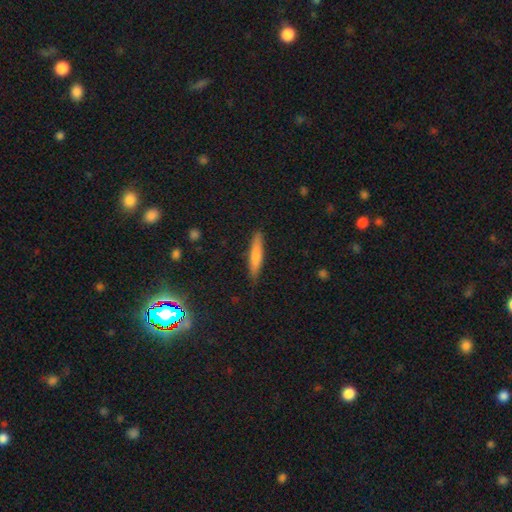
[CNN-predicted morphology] This appears to be a smooth galaxy with no disk features (67%) that is cigar-shaped (89%). Merging: none (88%).